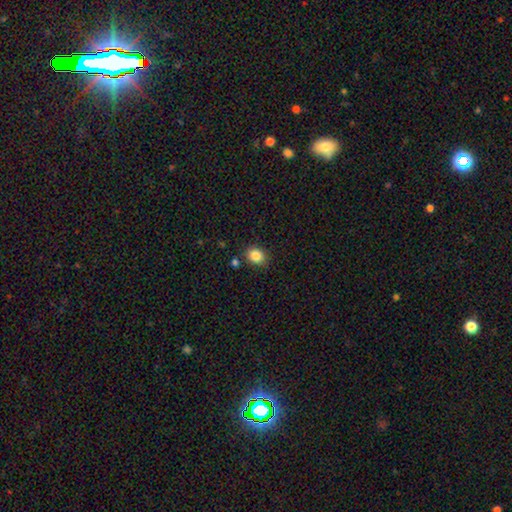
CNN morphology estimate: Overall: smooth (85%). How rounded: round (55%; in between 44%). Merging: none (85%).